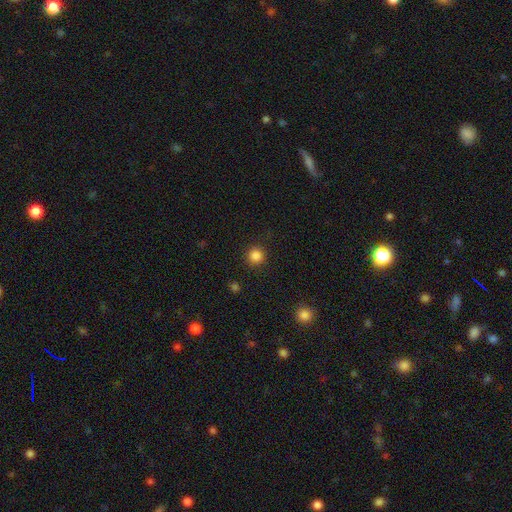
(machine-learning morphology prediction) The model was most divided on "smooth or featured": smooth: 85%, star or artifact: 12%, featured or disk: 4%. More confident: how rounded — round (94%); merging — none (91%).